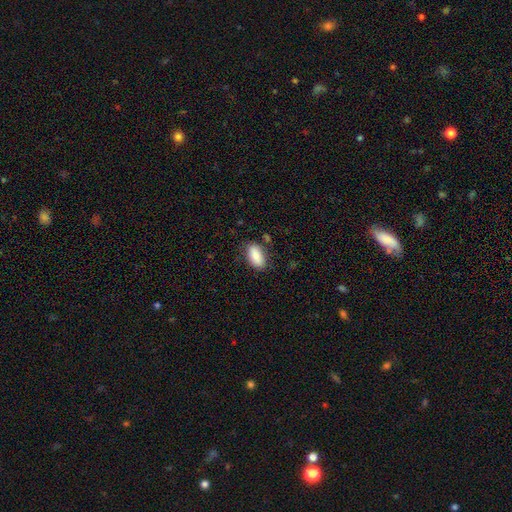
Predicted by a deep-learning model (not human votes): Smooth or featured?
  - smooth: 86% *
  - featured or disk: 7%
  - star or artifact: 7%
How rounded?
  - in between: 91% *
  - cigar-shaped: 6%
  - round: 3%
Merging?
  - none: 79% *
  - minor disturbance: 15%
  - major disturbance: 4%
  - merger: 3%